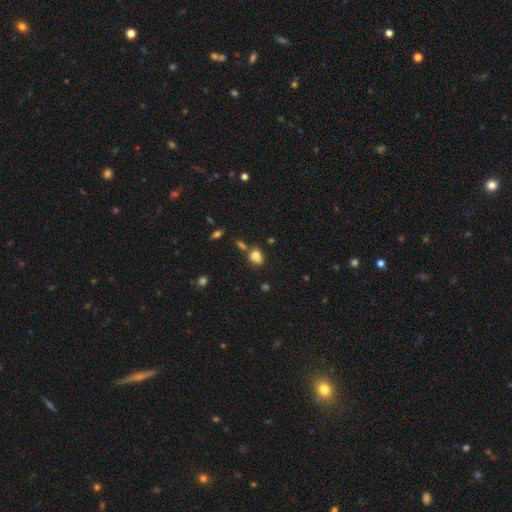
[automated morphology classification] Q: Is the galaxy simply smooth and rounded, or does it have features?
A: smooth — 81%.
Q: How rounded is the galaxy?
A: in between — 61%.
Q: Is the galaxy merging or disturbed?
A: none — 60%.